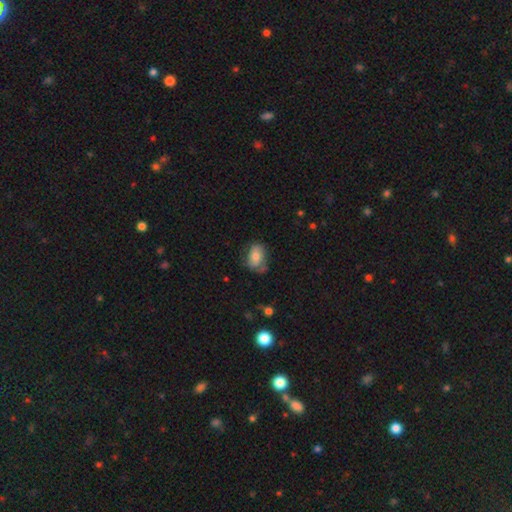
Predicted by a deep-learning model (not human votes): Smooth or featured?
  - smooth: 66% *
  - featured or disk: 26%
  - star or artifact: 8%
How rounded?
  - in between: 82% *
  - round: 16%
  - cigar-shaped: 2%
Merging?
  - none: 51% *
  - minor disturbance: 32%
  - major disturbance: 14%
  - merger: 3%